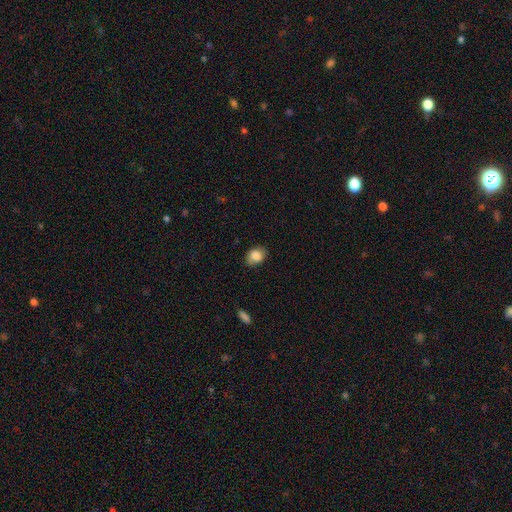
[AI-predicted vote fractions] Q: Smooth or featured?
A: smooth (82%); runner-up: featured or disk (10%)
Q: How rounded?
A: in between (66%); runner-up: round (33%)
Q: Merging?
A: none (80%); runner-up: minor disturbance (15%)